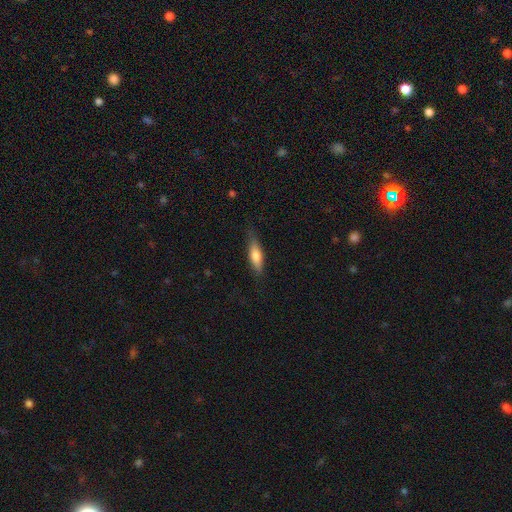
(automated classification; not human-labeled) Smooth or featured? Predicted: smooth (p=0.70). How rounded? Predicted: cigar-shaped (p=0.56). Merging? Predicted: none (p=0.76).